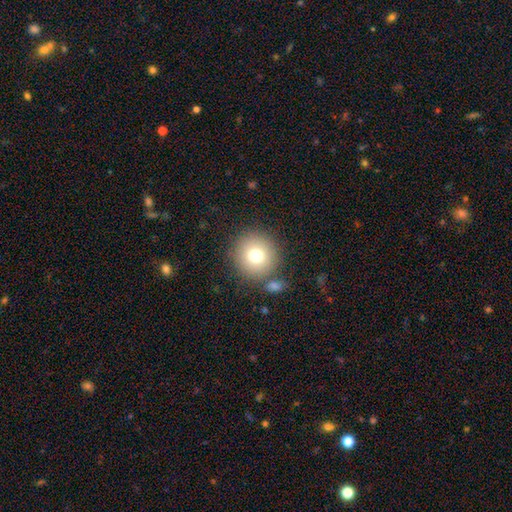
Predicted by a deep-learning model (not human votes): smooth_or_featured: smooth (p=0.75) [alt: featured or disk p=0.13]
how_rounded: round (p=0.94) [alt: in between p=0.05]
merging: none (p=0.80) [alt: minor disturbance p=0.08]